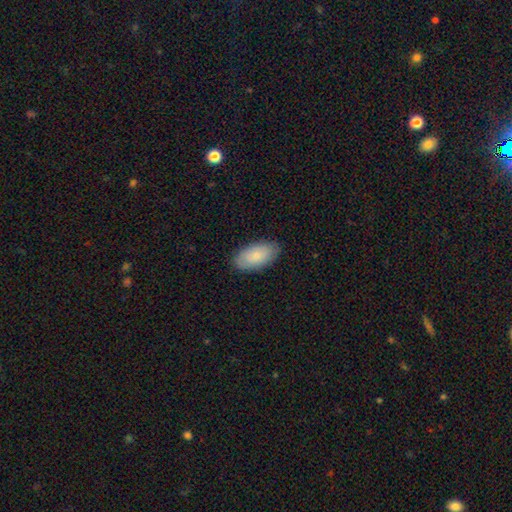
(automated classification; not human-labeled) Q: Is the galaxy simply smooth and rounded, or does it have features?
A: smooth — 81%.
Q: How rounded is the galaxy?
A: in between — 95%.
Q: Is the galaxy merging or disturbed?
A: none — 86%.